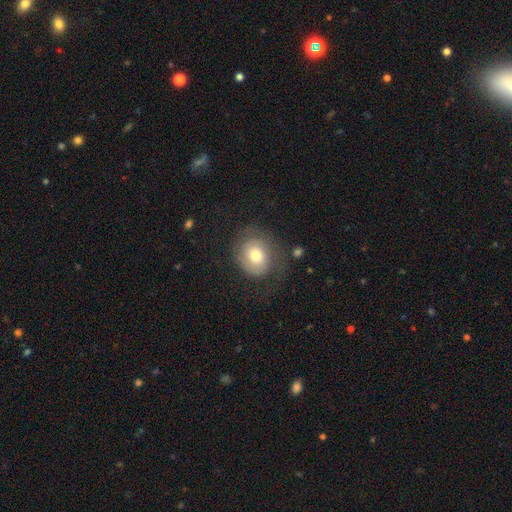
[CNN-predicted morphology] smooth_or_featured: smooth (p=0.57) [alt: featured or disk p=0.35]
how_rounded: round (p=0.69) [alt: in between p=0.30]
merging: none (p=0.60) [alt: minor disturbance p=0.20]